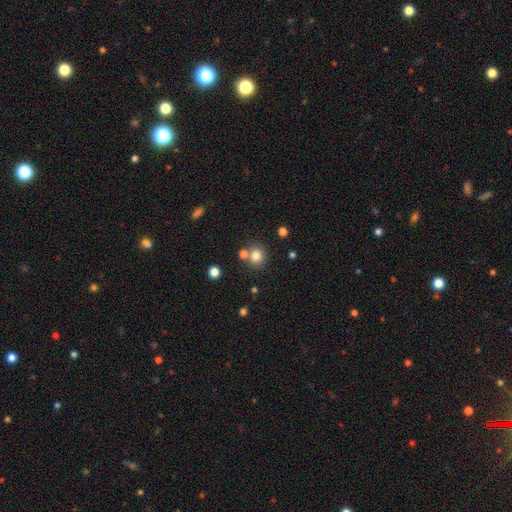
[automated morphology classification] This appears to be a smooth galaxy with no disk features (79%) that is round (87%). Merging: none (68%).